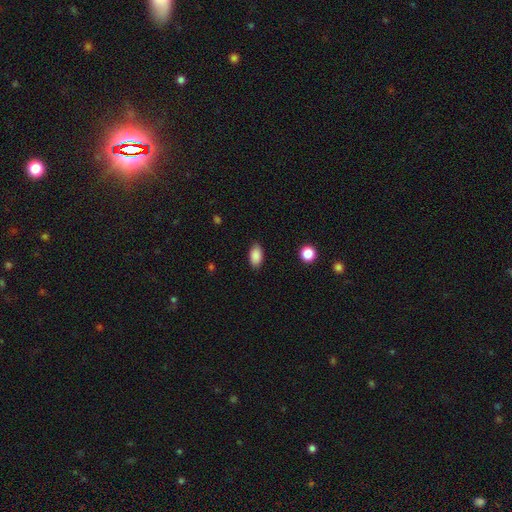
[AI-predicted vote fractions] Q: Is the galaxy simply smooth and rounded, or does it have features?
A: smooth — 89%.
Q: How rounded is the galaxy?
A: in between — 92%.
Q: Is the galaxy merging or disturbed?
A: none — 86%.